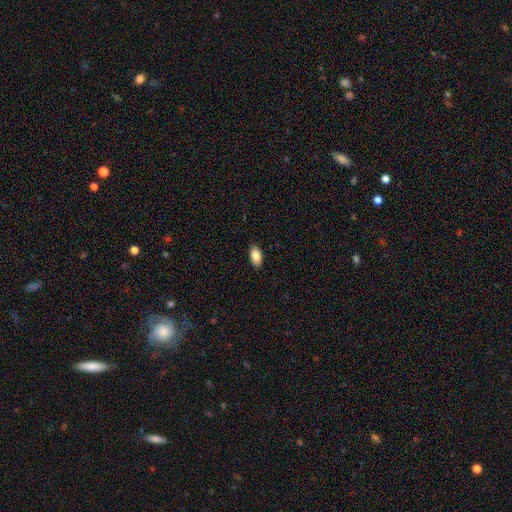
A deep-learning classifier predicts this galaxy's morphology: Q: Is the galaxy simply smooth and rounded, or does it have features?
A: smooth — 86%.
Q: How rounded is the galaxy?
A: in between — 93%.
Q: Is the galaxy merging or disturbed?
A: none — 89%.